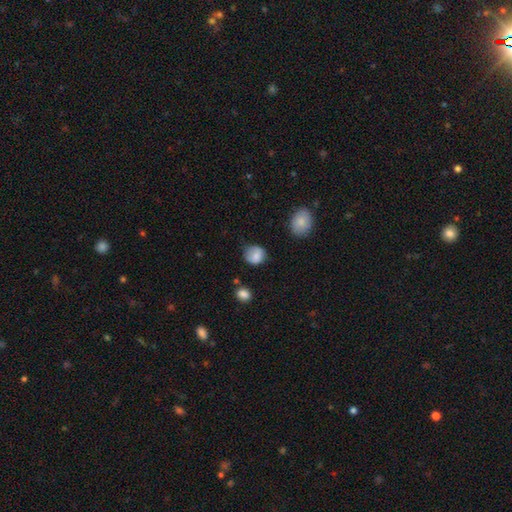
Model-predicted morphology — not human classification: smooth_or_featured: smooth (p=0.81) [alt: featured or disk p=0.11]
how_rounded: round (p=0.77) [alt: in between p=0.22]
merging: none (p=0.66) [alt: minor disturbance p=0.26]